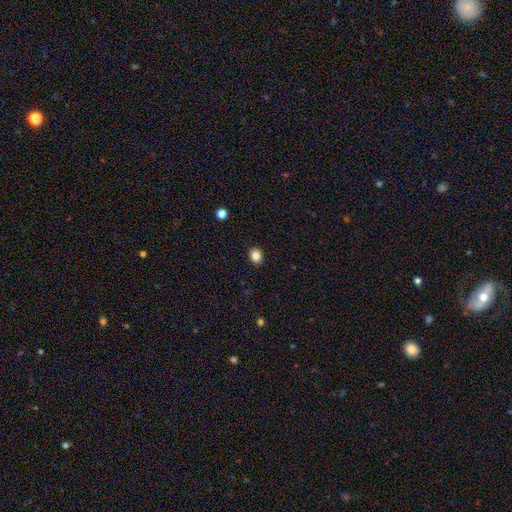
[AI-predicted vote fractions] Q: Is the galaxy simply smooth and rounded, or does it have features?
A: smooth — 84%.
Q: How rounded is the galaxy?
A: round — 74%.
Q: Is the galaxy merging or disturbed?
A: none — 92%.